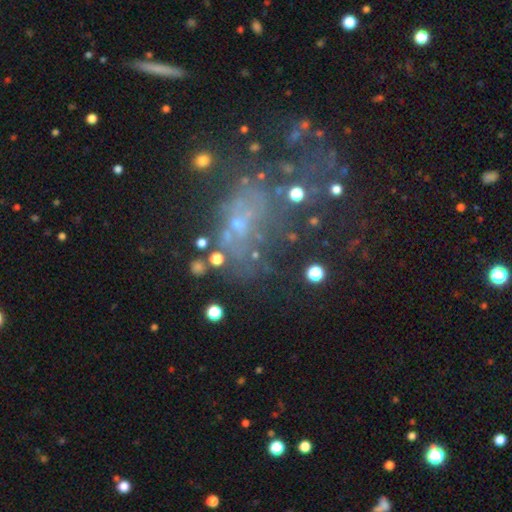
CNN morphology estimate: Smooth or featured? featured or disk (40%)
Merging? none (37%)